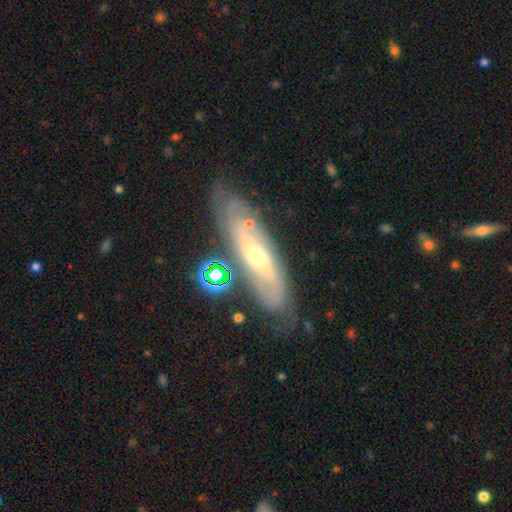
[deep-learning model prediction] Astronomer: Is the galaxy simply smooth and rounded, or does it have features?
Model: featured or disk — 71%.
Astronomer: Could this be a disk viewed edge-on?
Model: no — 71%.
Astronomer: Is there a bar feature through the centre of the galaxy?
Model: no — 59%.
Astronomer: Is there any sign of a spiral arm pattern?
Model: yes — 79%.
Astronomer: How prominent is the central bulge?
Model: small — 57% (runner-up: moderate, 38%).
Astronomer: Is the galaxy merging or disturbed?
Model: none — 74%.